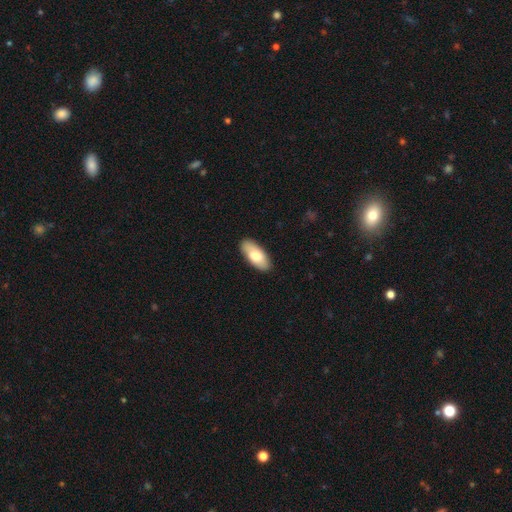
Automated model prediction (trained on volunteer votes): Overall: smooth (76%). How rounded: in between (86%). Merging: none (87%).